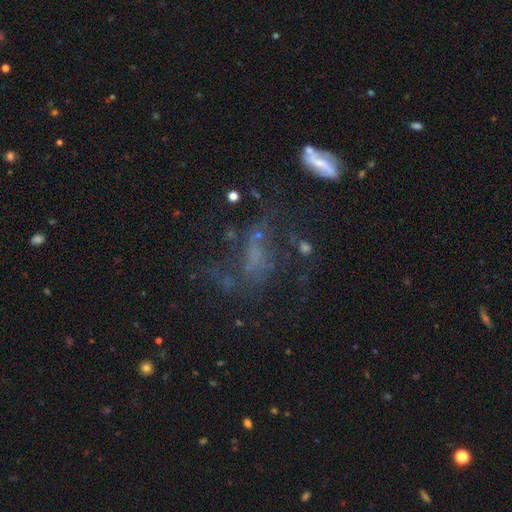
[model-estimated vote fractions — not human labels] Q: Smooth or featured?
A: featured or disk (46%); runner-up: star or artifact (29%)
Q: Merging?
A: none (41%); runner-up: major disturbance (33%)